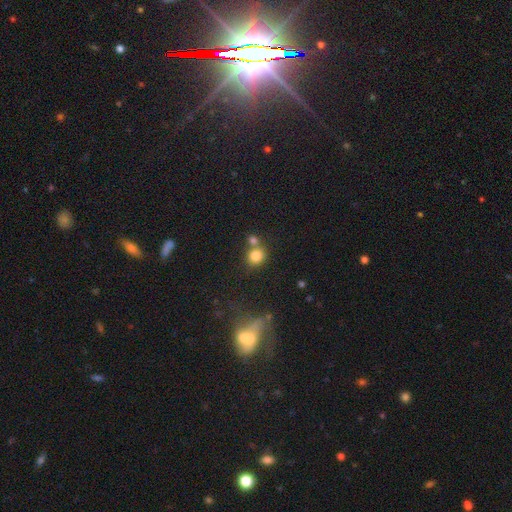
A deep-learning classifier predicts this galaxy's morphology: smooth 81%, star or artifact 11%, featured or disk 8%. Down the decision tree: how rounded — round (83%); merging — none (56%).